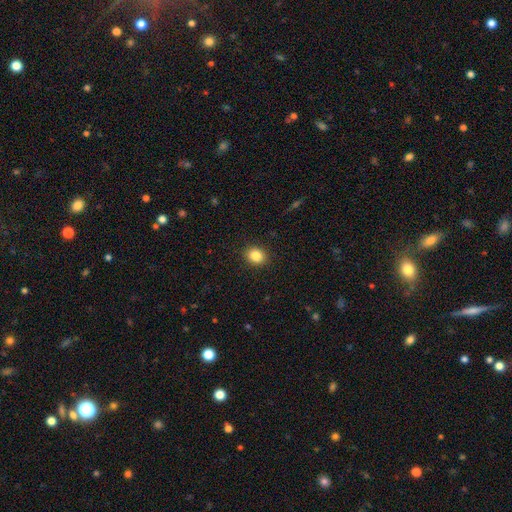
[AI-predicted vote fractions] smooth_or_featured: smooth (p=0.85) [alt: star or artifact p=0.10]
how_rounded: round (p=0.57) [alt: in between p=0.42]
merging: none (p=0.90) [alt: minor disturbance p=0.07]